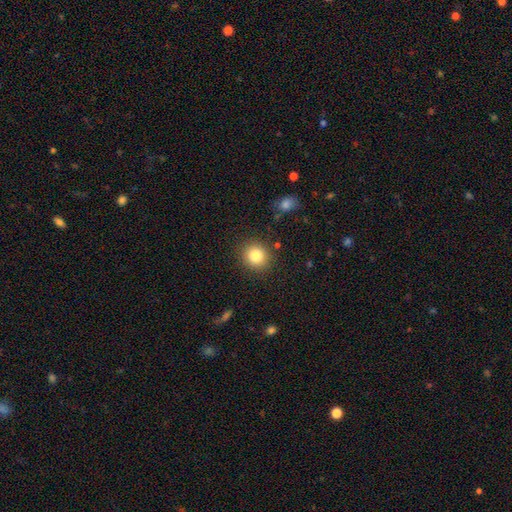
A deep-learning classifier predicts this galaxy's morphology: This is clearly a smooth galaxy (83%). How rounded: clearly round (87%). Merging: clearly none (88%).